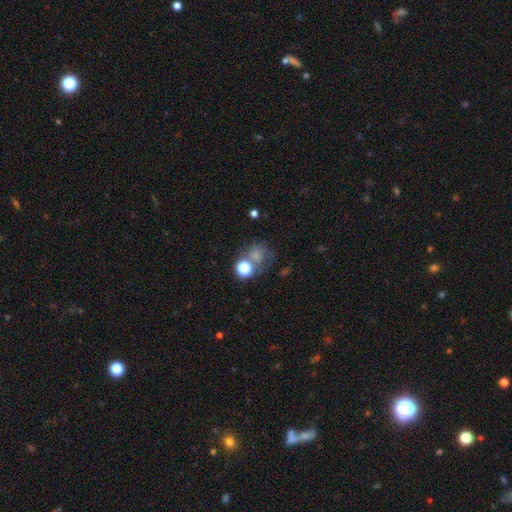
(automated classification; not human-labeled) Morphology: type=smooth (66%); roundness=round (77%); merging=none (48%).